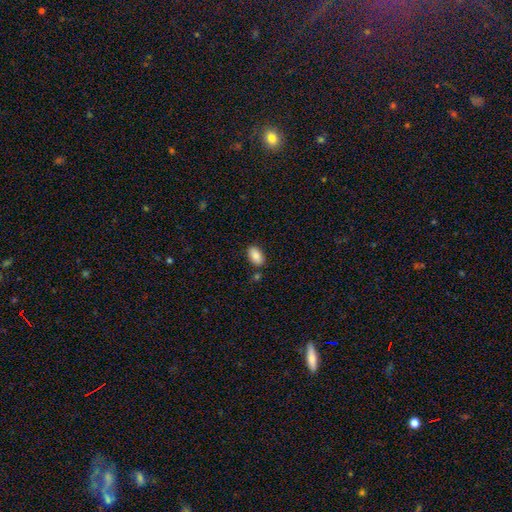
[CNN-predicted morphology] This appears to be a smooth galaxy with no disk features (86%) that is in between round and cigar-shaped (93%). Merging: none (82%).